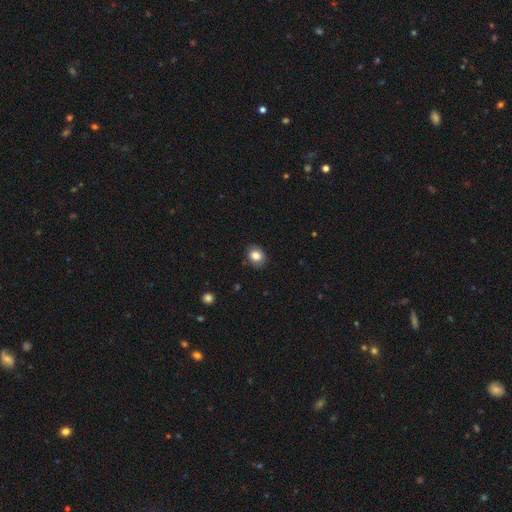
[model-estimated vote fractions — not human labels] A smooth galaxy with no disk features (83%) that is round (54%). Merging: none (85%).